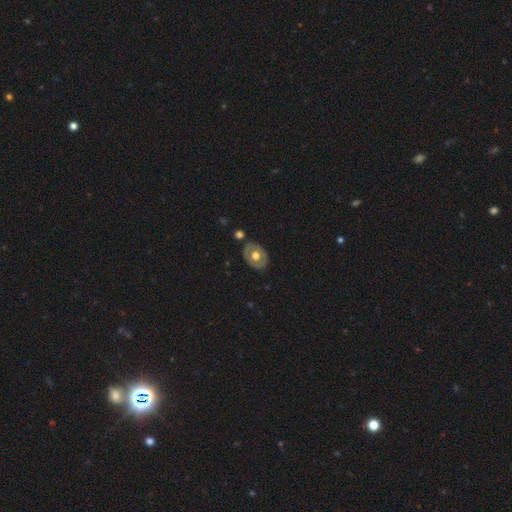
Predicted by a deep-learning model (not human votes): This is possibly a featured or disk galaxy (48%). Merging: likely none (79%).